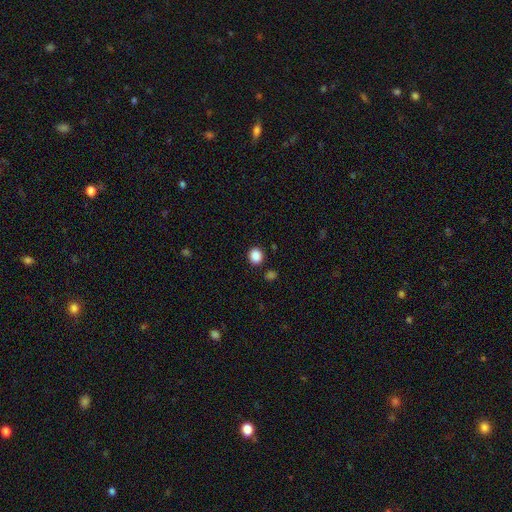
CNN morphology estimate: Smooth or featured? smooth (87%)
How rounded? round (74%)
Merging? none (88%)